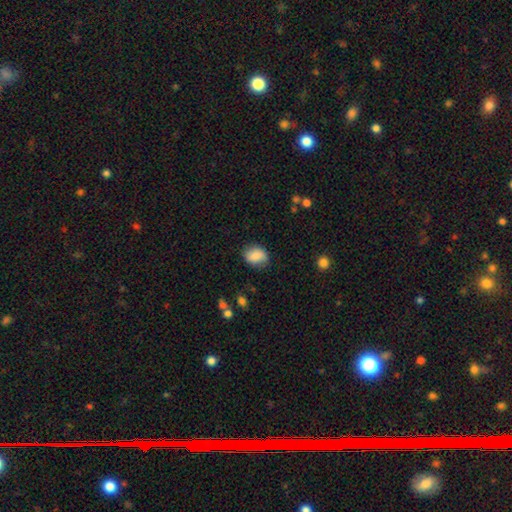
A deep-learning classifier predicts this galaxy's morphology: Smooth or featured: smooth — 79% (featured or disk — 13%)
How rounded: in between — 65% (round — 34%)
Merging: none — 78% (minor disturbance — 17%)